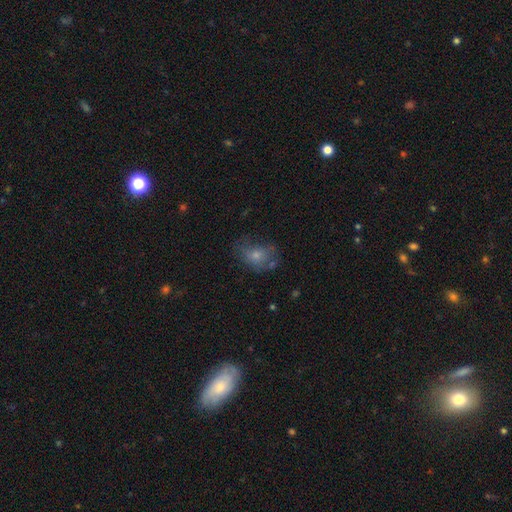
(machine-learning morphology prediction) A smooth galaxy with no disk features (55%) that is in between round and cigar-shaped (62%).

Vote fractions:
- Smooth or featured? smooth: 55% / featured or disk: 29% / star or artifact: 16%
- How rounded? in between: 62% / round: 36% / cigar-shaped: 2%
- Merging? none: 50% / minor disturbance: 27% / major disturbance: 19% / merger: 4%